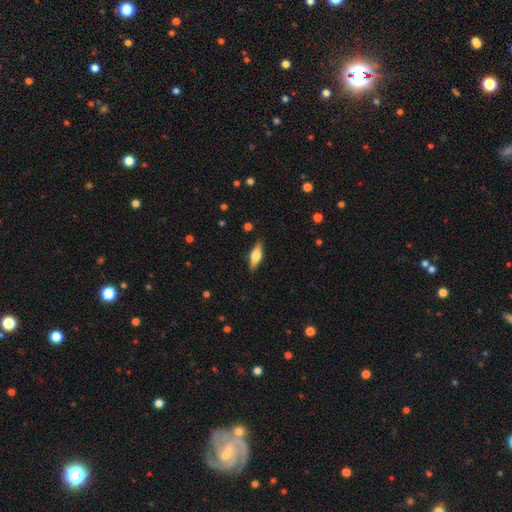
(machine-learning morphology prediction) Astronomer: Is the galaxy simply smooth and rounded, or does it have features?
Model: smooth — 55% (runner-up: featured or disk, 39%).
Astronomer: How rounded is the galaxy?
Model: in between — 58% (runner-up: cigar-shaped, 39%).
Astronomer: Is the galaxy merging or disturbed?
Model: none — 87%.